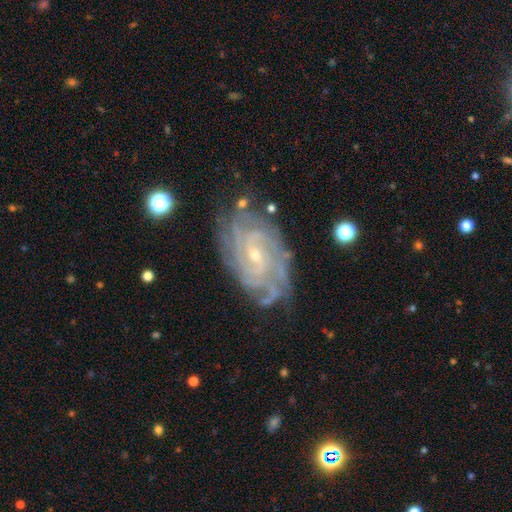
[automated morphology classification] Smooth or featured?
  - featured or disk: 89% *
  - star or artifact: 6%
  - smooth: 5%
Edge-on disk?
  - no: 96% *
  - yes: 4%
Bar?
  - no: 52% *
  - weak: 38%
  - strong: 10%
Spiral arms?
  - yes: 98% *
  - no: 2%
Spiral winding?
  - tight: 74% *
  - medium: 22%
  - loose: 4%
Spiral arm count?
  - can't tell: 27% *
  - 4: 26%
  - more than 4: 16%
  - 3: 13%
  - 2: 11%
  - 1: 7%
Bulge size?
  - small: 76% *
  - moderate: 21%
  - none: 2%
  - large: 1%
  - dominant: 1%
Merging?
  - none: 76% *
  - minor disturbance: 17%
  - major disturbance: 5%
  - merger: 2%